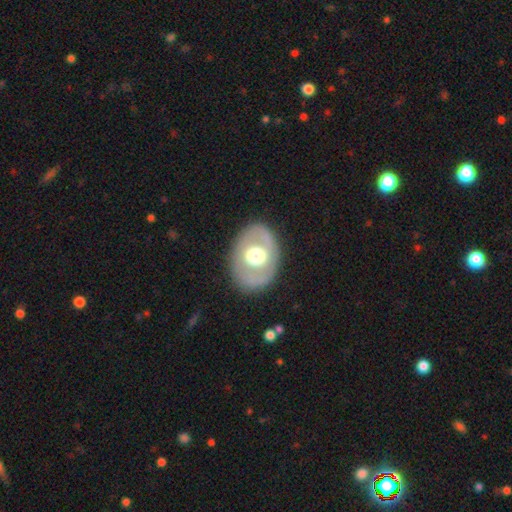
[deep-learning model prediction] Q: Smooth or featured?
A: featured or disk (52%); runner-up: smooth (41%)
Q: Edge-on disk?
A: no (93%); runner-up: yes (7%)
Q: Merging?
A: none (82%); runner-up: minor disturbance (12%)